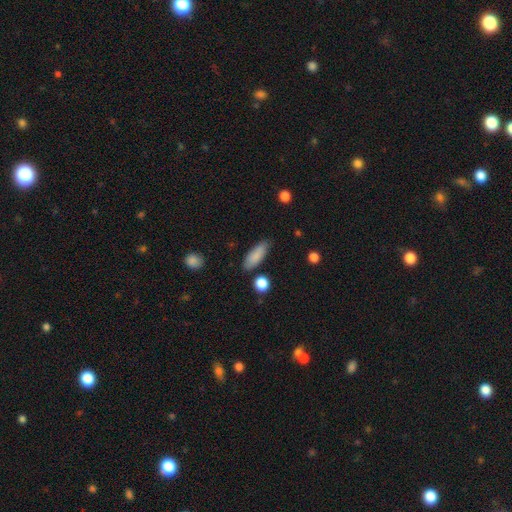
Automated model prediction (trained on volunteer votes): This is clearly a smooth galaxy (85%). How rounded: likely in between (64%). Merging: clearly none (82%).